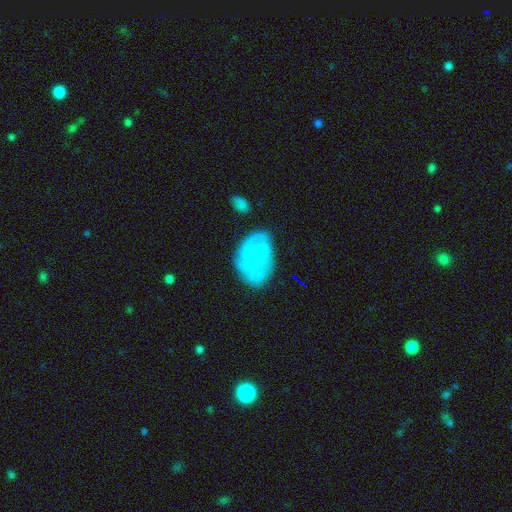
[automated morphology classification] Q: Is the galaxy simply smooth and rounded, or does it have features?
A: featured or disk — 62%.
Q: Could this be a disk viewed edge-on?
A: no — 97%.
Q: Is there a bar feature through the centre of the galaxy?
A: no — 61%.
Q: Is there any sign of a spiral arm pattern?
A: yes — 72%.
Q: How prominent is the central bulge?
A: small — 34%.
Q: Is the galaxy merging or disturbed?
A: none — 49%.